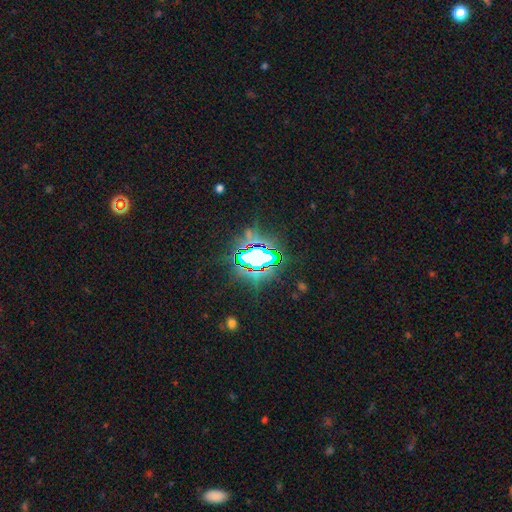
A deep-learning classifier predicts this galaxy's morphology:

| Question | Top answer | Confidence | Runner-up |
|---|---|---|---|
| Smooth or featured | star or artifact | 75% | smooth (15%) |